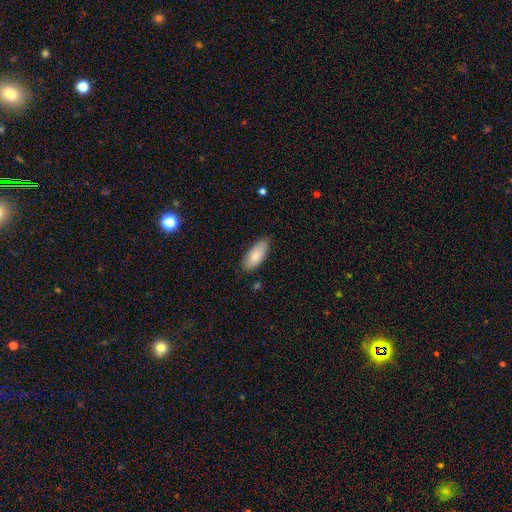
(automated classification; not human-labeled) Smooth or featured? smooth (81%)
How rounded? in between (85%)
Merging? none (80%)